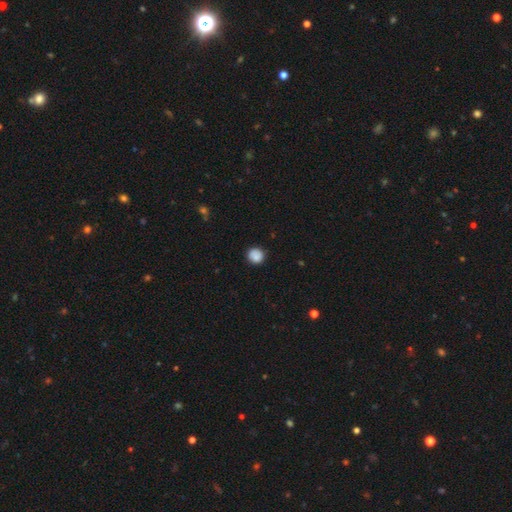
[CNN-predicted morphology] Smooth or featured? Predicted: smooth (p=0.86). How rounded? Predicted: round (p=0.89). Merging? Predicted: none (p=0.83).